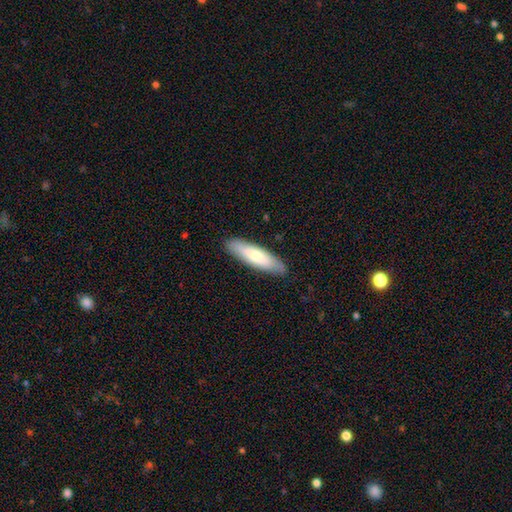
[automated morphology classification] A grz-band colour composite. It shows a smooth galaxy with no disk features (69%) that is cigar-shaped (66%). Merging: none (88%).